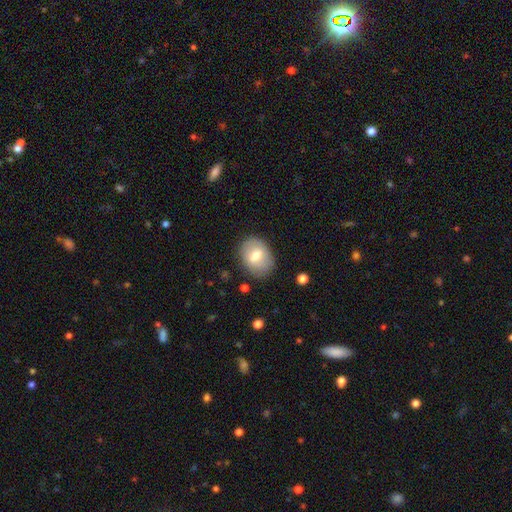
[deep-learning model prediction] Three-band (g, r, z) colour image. It shows a smooth galaxy with no disk features (70%) that is in between round and cigar-shaped (65%). Merging: none (81%).